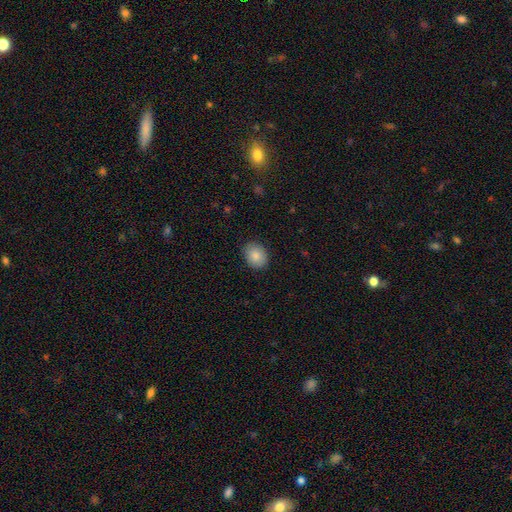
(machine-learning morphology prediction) smooth_or_featured: smooth (p=0.85) [alt: star or artifact p=0.08]
how_rounded: in between (p=0.52) [alt: round p=0.47]
merging: none (p=0.88) [alt: minor disturbance p=0.09]